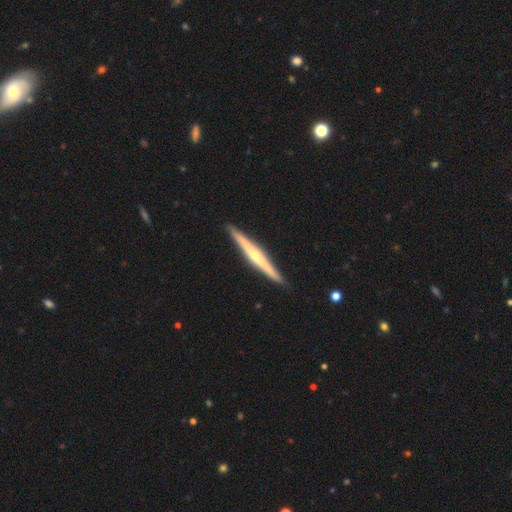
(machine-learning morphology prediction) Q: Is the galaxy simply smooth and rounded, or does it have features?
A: featured or disk — 69%.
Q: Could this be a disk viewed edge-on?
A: yes — 98%.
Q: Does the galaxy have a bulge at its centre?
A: rounded — 66%.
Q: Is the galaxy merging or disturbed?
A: none — 92%.